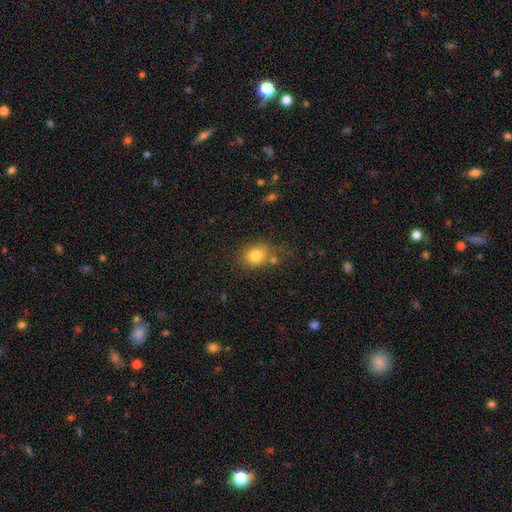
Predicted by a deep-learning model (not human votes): A smooth galaxy with no disk features (80%) that is in between round and cigar-shaped (50%). Merging: none (63%).